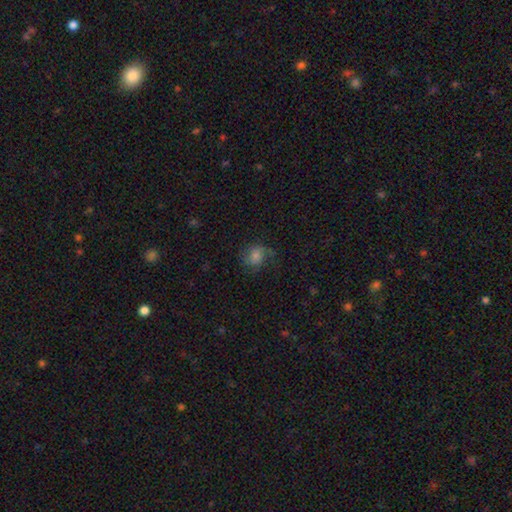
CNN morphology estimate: The model was most divided on "smooth or featured": smooth: 53%, featured or disk: 32%, star or artifact: 15%. More confident: how rounded — round (62%); merging — none (59%).